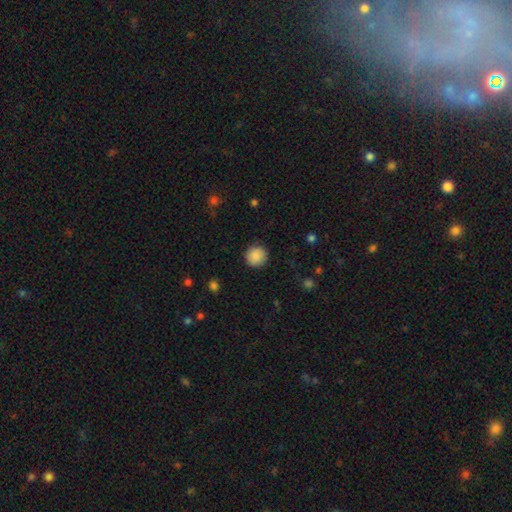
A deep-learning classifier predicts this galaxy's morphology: This is clearly a smooth galaxy (88%). How rounded: clearly round (92%). Merging: clearly none (90%).